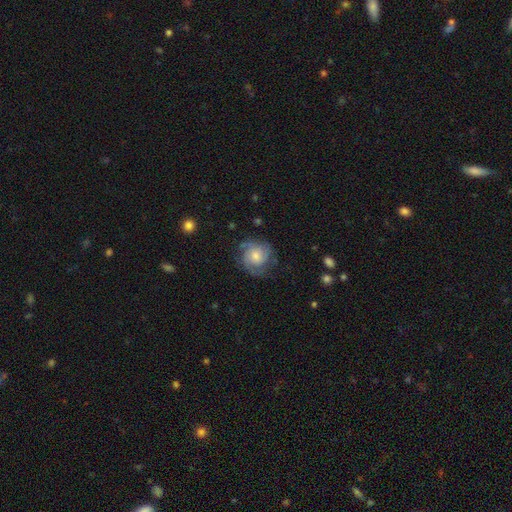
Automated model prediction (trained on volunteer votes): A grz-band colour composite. It shows a featured or disk galaxy (71%) with no bar (74%), 3 (34%) tight (49%) spiral arms (93%) and a moderate central bulge (50%). Merging: none (70%).